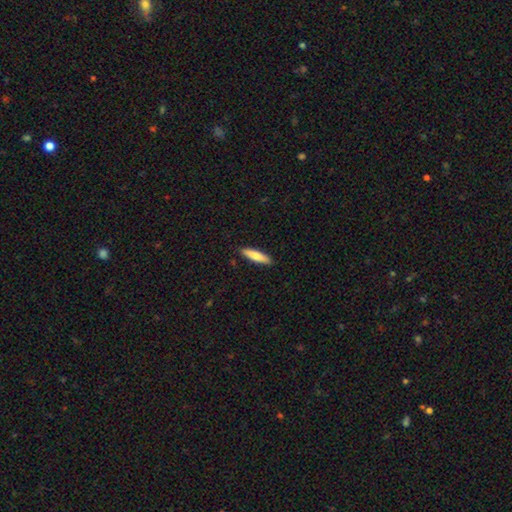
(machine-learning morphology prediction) A smooth galaxy with no disk features (77%) that is cigar-shaped (78%).

Vote fractions:
- Smooth or featured? smooth: 77% / featured or disk: 18% / star or artifact: 5%
- How rounded? cigar-shaped: 78% / in between: 21% / round: 1%
- Merging? none: 90% / minor disturbance: 7% / major disturbance: 1% / merger: 1%